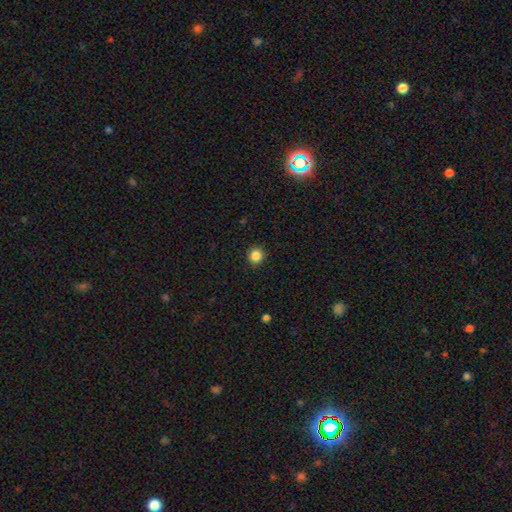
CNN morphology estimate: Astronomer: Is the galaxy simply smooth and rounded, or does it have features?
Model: smooth — 85%.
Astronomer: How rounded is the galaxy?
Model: round — 90%.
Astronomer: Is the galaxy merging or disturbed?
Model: none — 92%.